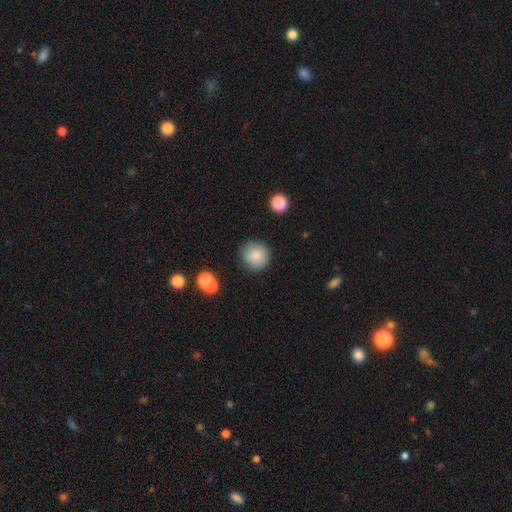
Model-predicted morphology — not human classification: Smooth or featured: smooth — 85% (star or artifact — 9%)
How rounded: round — 92% (in between — 7%)
Merging: none — 84% (minor disturbance — 10%)